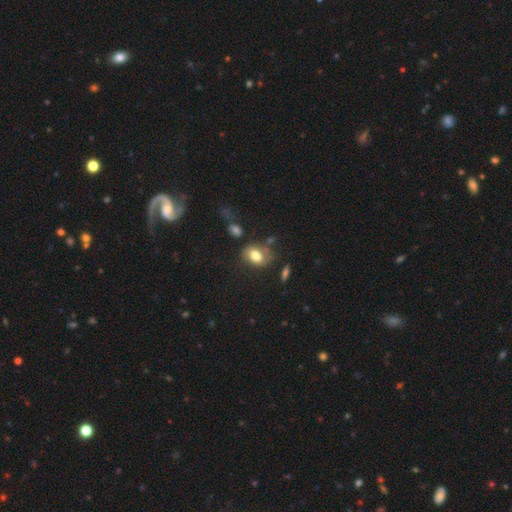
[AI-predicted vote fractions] smooth 77%, featured or disk 15%, star or artifact 9%. Down the decision tree: how rounded — in between (78%); merging — none (60%).